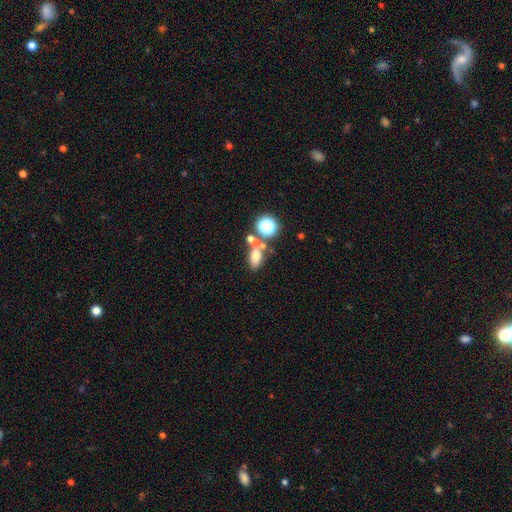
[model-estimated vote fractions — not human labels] Smooth or featured: smooth — 68% (star or artifact — 18%)
How rounded: in between — 69% (round — 26%)
Merging: none — 51% (merger — 31%)